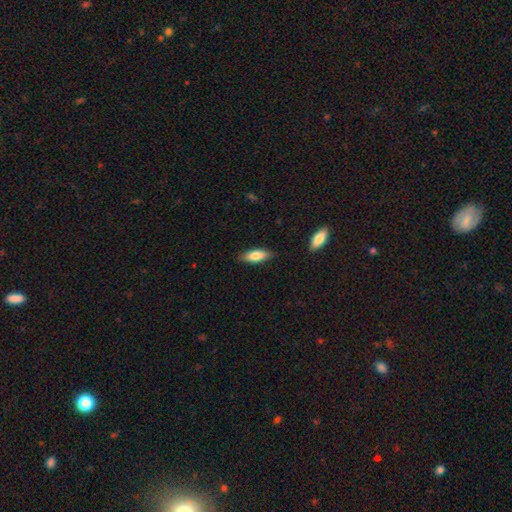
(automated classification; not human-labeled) smooth-or-featured: smooth: 79% | featured or disk: 15% | star or artifact: 6%
  how-rounded: in between: 67% | cigar-shaped: 31% | round: 2%
  merging: none: 83% | minor disturbance: 13% | major disturbance: 2% | merger: 2%